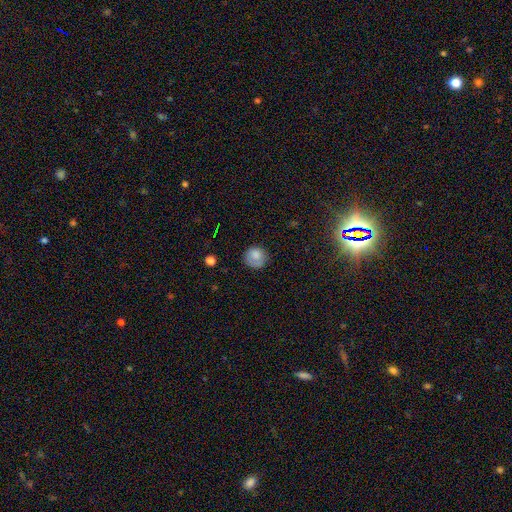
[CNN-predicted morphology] smooth 79%, featured or disk 11%, star or artifact 9%. Down the decision tree: how rounded — round (86%); merging — none (70%).